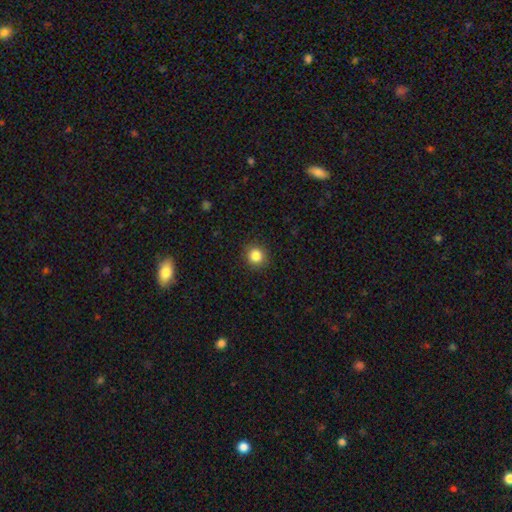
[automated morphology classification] The model was most divided on "smooth or featured": smooth: 85%, star or artifact: 11%, featured or disk: 4%. More confident: merging — none (91%); how rounded — round (91%).